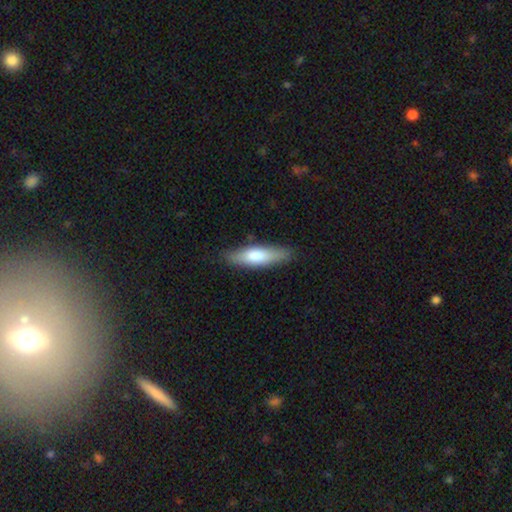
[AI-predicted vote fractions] Morphology: type=smooth (71%); roundness=cigar-shaped (62%); merging=none (84%).